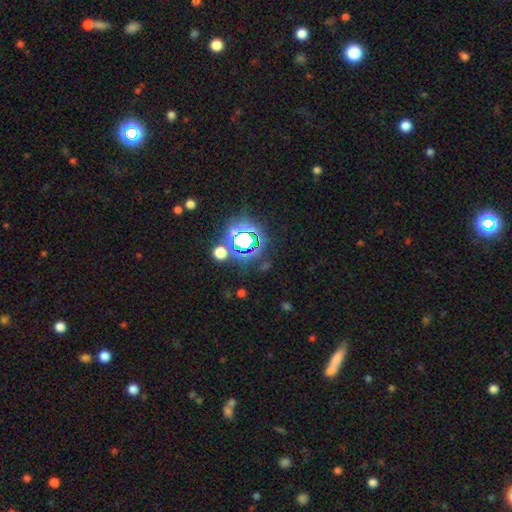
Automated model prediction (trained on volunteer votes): Smooth or featured? Predicted: star or artifact (p=0.77).